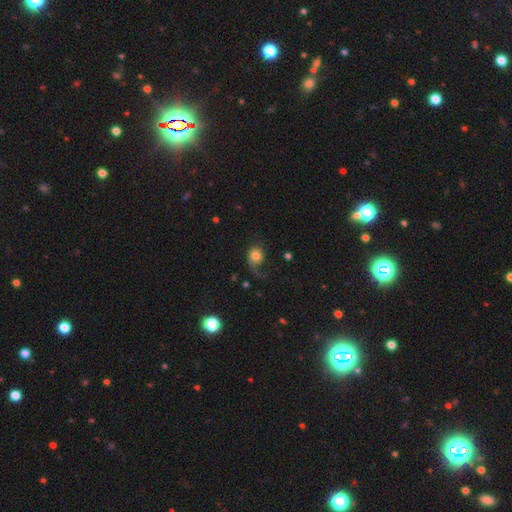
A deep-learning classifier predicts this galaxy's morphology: Smooth or featured? Predicted: smooth (p=0.54). How rounded? Predicted: round (p=0.68). Merging? Predicted: none (p=0.41).